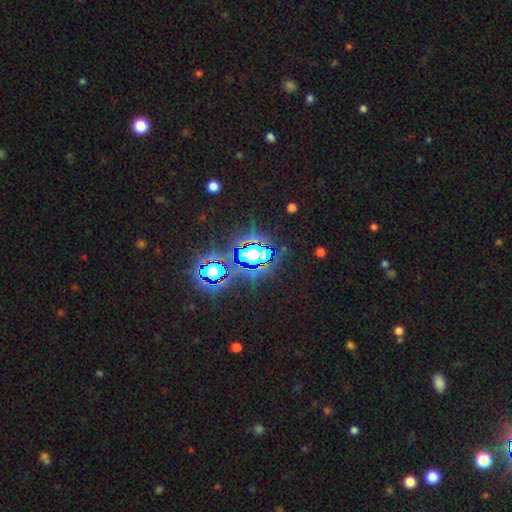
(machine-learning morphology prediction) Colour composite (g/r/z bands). It shows a star or artifact, not a galaxy (72%).